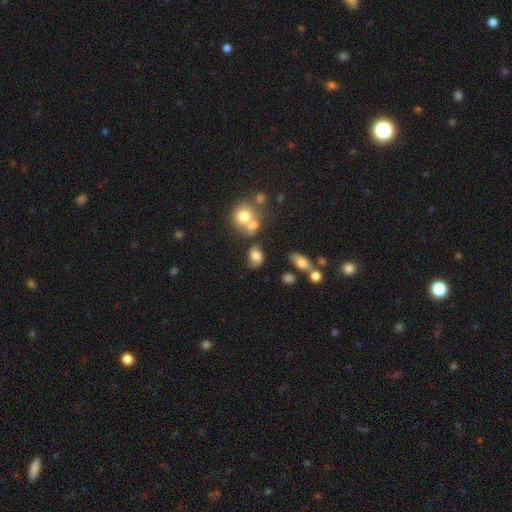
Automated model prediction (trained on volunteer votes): Q: Smooth or featured?
A: smooth (60%); runner-up: featured or disk (29%)
Q: How rounded?
A: in between (66%); runner-up: round (33%)
Q: Merging?
A: none (51%); runner-up: minor disturbance (25%)